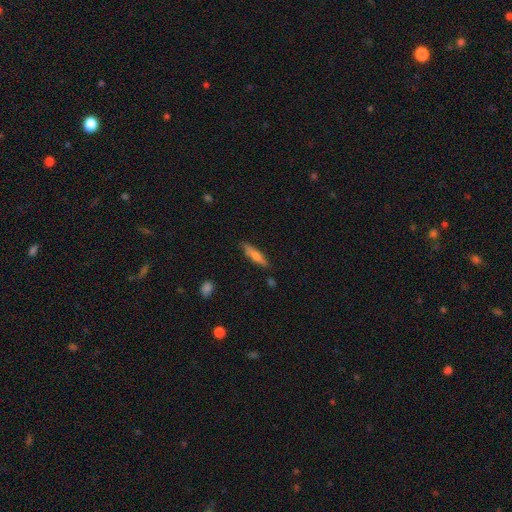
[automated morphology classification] smooth_or_featured: smooth (p=0.60) [alt: featured or disk p=0.33]
how_rounded: cigar-shaped (p=0.80) [alt: in between p=0.19]
merging: none (p=0.83) [alt: minor disturbance p=0.13]